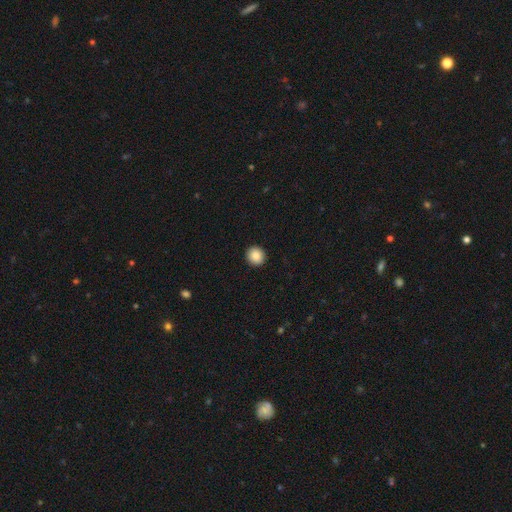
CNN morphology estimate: A smooth galaxy with no disk features (87%) that is round (92%). Merging: none (93%).